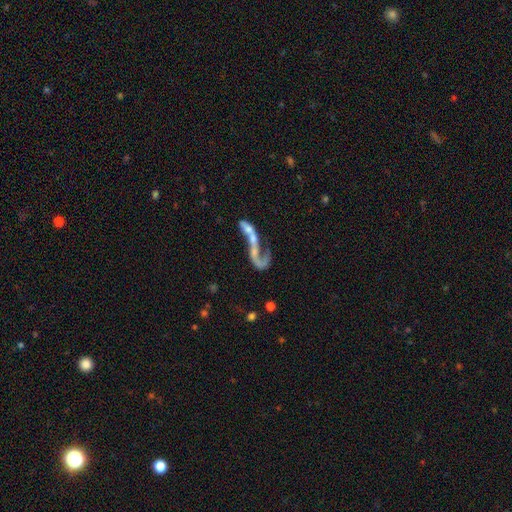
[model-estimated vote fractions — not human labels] This appears to be a featured or disk galaxy (64%) with no bar (68%), spiral arms (51%) and no central bulge (45%). Merging: merger (56%).